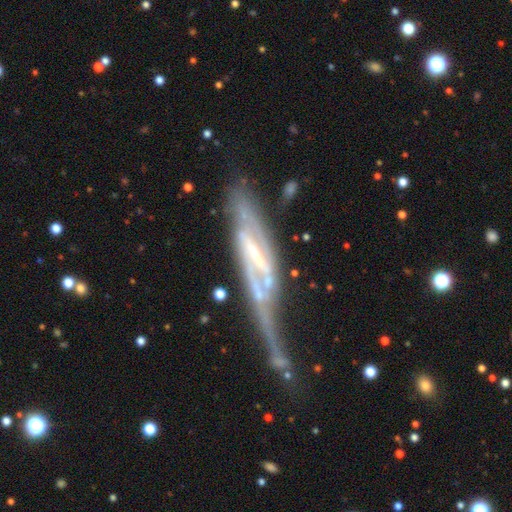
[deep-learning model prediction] This appears to be a featured or disk galaxy (81%) with not edge-on (50%, tied with yes). Merging: major disturbance (39%).